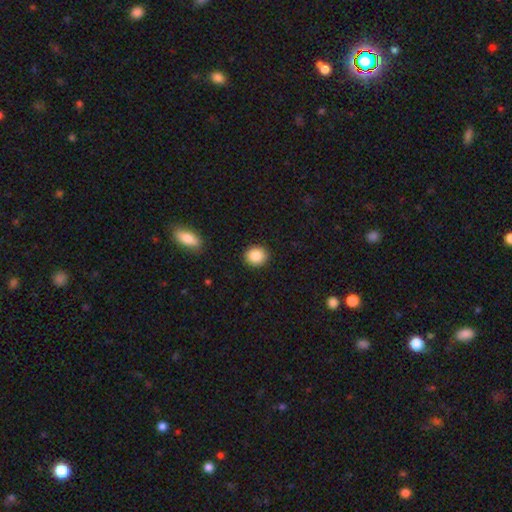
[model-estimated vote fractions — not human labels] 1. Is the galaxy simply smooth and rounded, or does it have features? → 87% smooth, 8% star or artifact, 5% featured or disk.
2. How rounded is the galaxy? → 84% round, 15% in between, 1% cigar-shaped.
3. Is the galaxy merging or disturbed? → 92% none, 6% minor disturbance, 2% major disturbance, 1% merger.